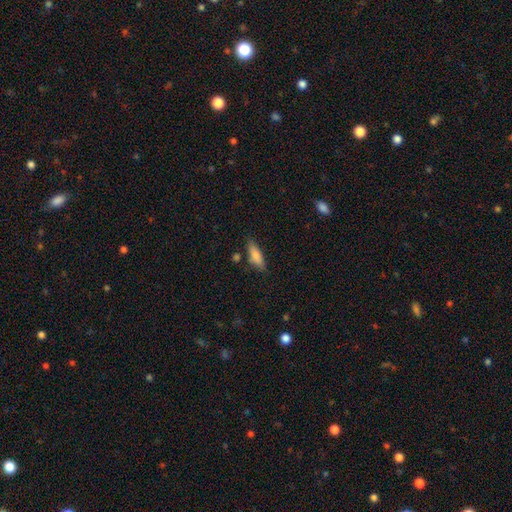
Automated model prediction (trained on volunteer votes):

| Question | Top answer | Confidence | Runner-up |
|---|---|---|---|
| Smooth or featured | smooth | 81% | featured or disk (12%) |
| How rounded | in between | 54% | cigar-shaped (44%) |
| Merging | none | 76% | minor disturbance (15%) |